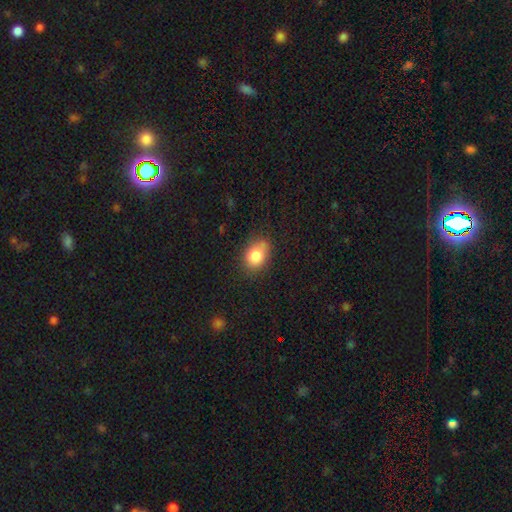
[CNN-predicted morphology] This is clearly a smooth galaxy (84%). How rounded: likely in between (69%). Merging: likely none (67%).